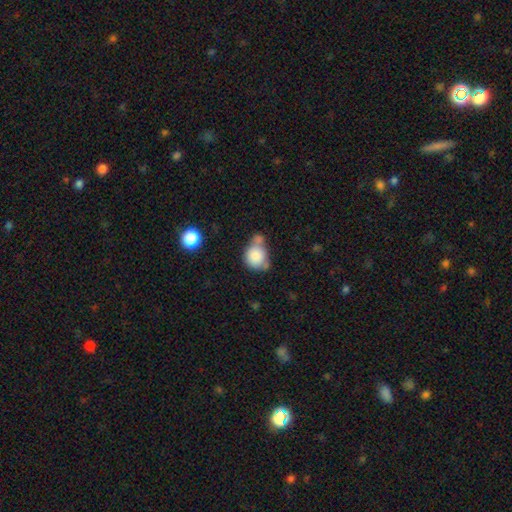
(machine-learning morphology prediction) A smooth galaxy with no disk features (81%) that is round (75%).

Vote fractions:
- Smooth or featured? smooth: 81% / featured or disk: 10% / star or artifact: 9%
- How rounded? round: 75% / in between: 24% / cigar-shaped: 1%
- Merging? merger: 41% / none: 36% / minor disturbance: 17% / major disturbance: 6%